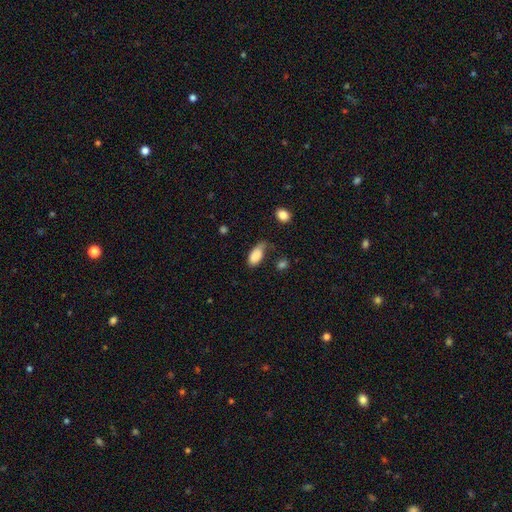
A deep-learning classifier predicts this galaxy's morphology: type=smooth (85%); roundness=in between (92%); merging=minor disturbance (38%).